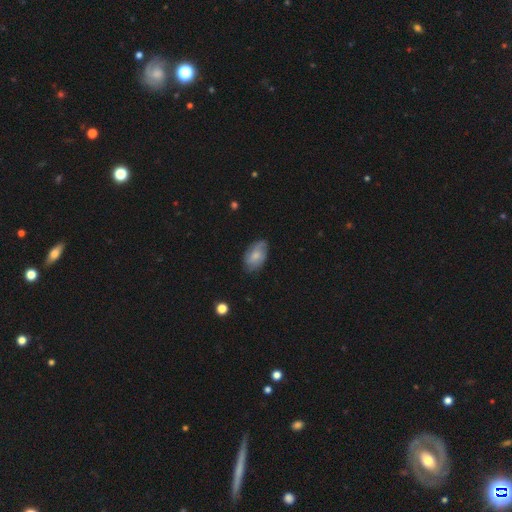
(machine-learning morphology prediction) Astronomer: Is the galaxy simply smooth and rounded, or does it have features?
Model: smooth — 57% (runner-up: featured or disk, 36%).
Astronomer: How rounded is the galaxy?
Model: in between — 90%.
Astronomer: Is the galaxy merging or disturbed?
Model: none — 68%.